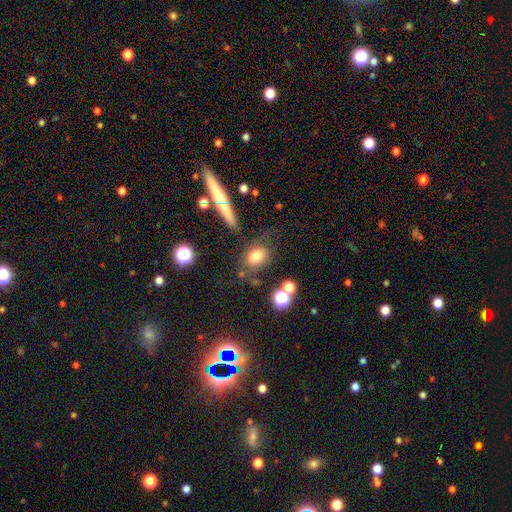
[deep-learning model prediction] Q: Smooth or featured?
A: smooth (75%); runner-up: featured or disk (13%)
Q: How rounded?
A: in between (64%); runner-up: round (33%)
Q: Merging?
A: none (70%); runner-up: minor disturbance (16%)